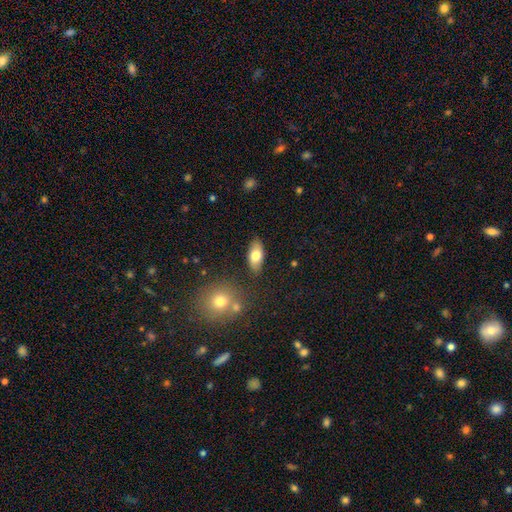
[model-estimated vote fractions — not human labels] A smooth galaxy with no disk features (75%) that is in between round and cigar-shaped (88%). Merging: none (84%).